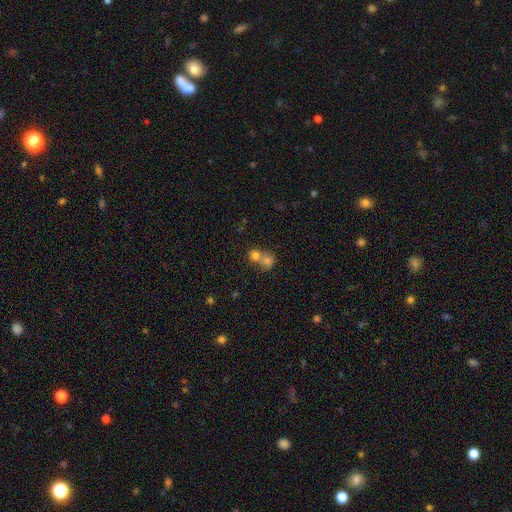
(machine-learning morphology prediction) Smooth or featured: smooth — 72% (featured or disk — 15%)
How rounded: round — 73% (in between — 26%)
Merging: merger — 66% (none — 26%)